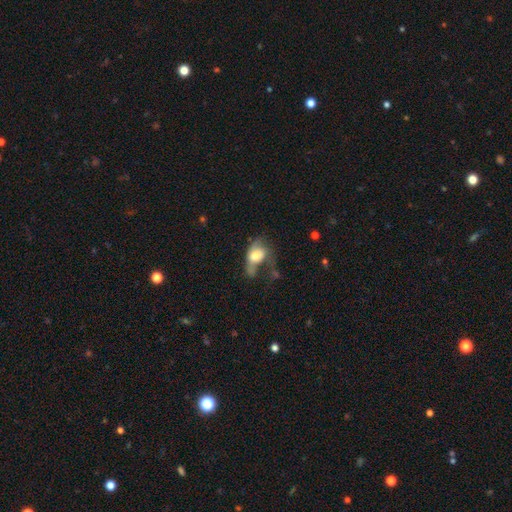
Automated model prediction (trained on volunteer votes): Smooth or featured? Predicted: smooth (p=0.60). How rounded? Predicted: in between (p=0.77). Merging? Predicted: major disturbance (p=0.49).